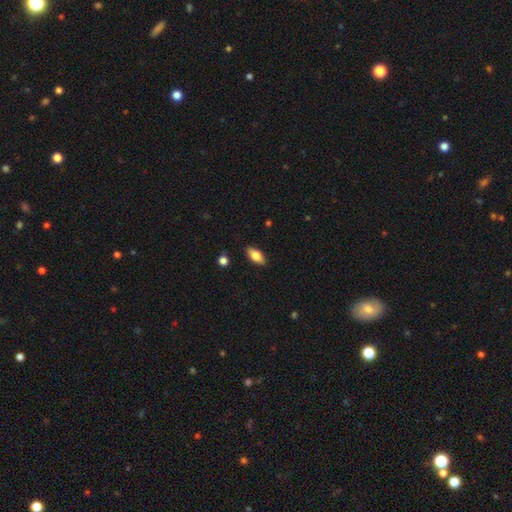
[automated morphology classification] This appears to be a smooth galaxy with no disk features (73%) that is in between round and cigar-shaped (85%). Merging: none (88%).